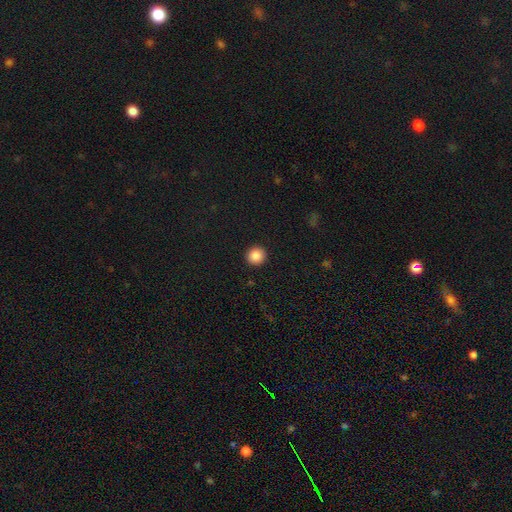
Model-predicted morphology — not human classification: This appears to be a smooth galaxy with no disk features (88%) that is round (94%). Merging: none (93%).